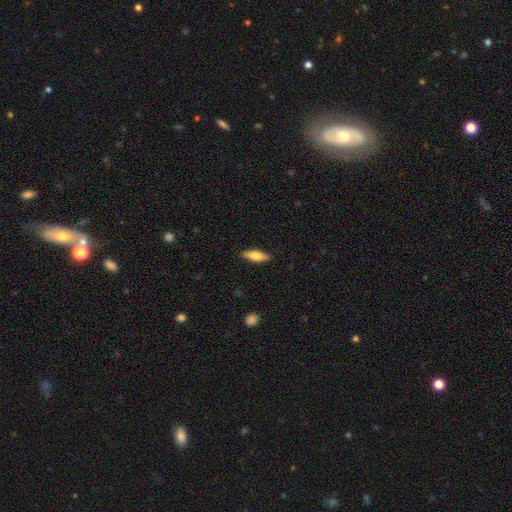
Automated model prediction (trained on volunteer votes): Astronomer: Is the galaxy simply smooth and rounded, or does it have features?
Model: smooth — 76%.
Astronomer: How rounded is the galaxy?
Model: in between — 55% (runner-up: cigar-shaped, 43%).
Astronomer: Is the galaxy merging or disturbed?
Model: none — 88%.